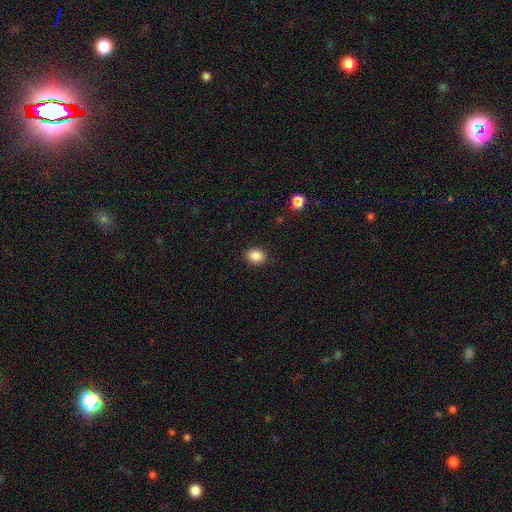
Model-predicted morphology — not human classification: A smooth galaxy with no disk features (86%) that is in between round and cigar-shaped (50%).

Vote fractions:
- Smooth or featured? smooth: 86% / star or artifact: 9% / featured or disk: 4%
- How rounded? in between: 50% / round: 49% / cigar-shaped: 1%
- Merging? none: 90% / minor disturbance: 7% / major disturbance: 2% / merger: 1%